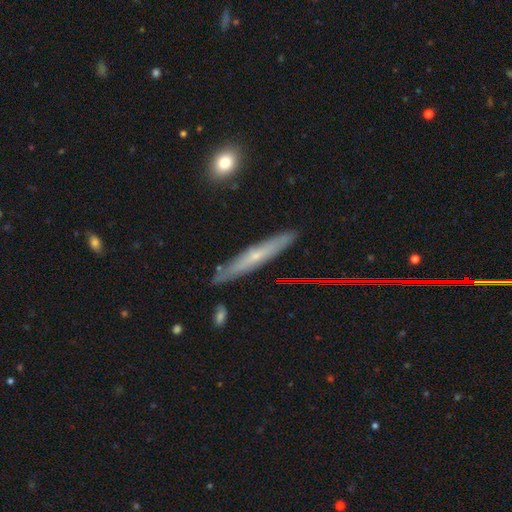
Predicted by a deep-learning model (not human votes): The model was most divided on "smooth or featured": featured or disk: 58%, smooth: 34%, star or artifact: 8%. More confident: merging — none (86%); edge-on disk — yes (84%).